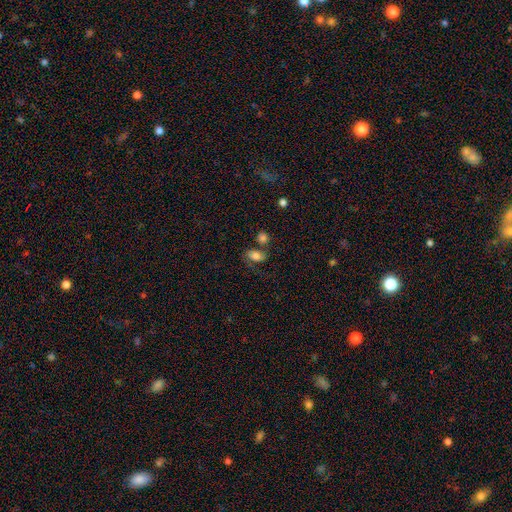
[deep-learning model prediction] Smooth or featured?
  - smooth: 69% *
  - featured or disk: 19%
  - star or artifact: 12%
How rounded?
  - in between: 79% *
  - round: 19%
  - cigar-shaped: 2%
Merging?
  - none: 45% *
  - merger: 24%
  - minor disturbance: 18%
  - major disturbance: 12%